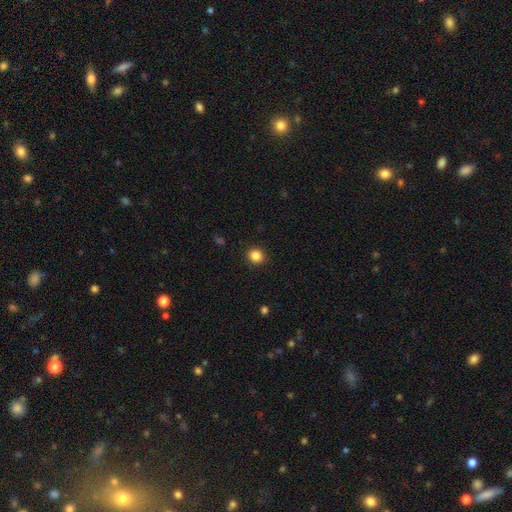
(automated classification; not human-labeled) The model was most divided on "smooth or featured": smooth: 86%, star or artifact: 11%, featured or disk: 4%. More confident: merging — none (92%); how rounded — round (87%).